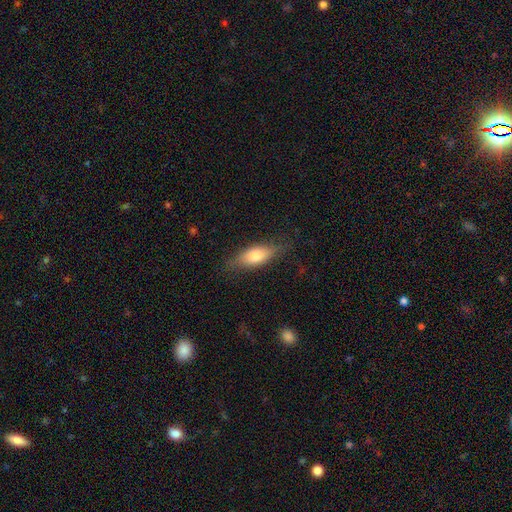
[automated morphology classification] Smooth or featured? Predicted: smooth (p=0.71). How rounded? Predicted: in between (p=0.73). Merging? Predicted: none (p=0.75).